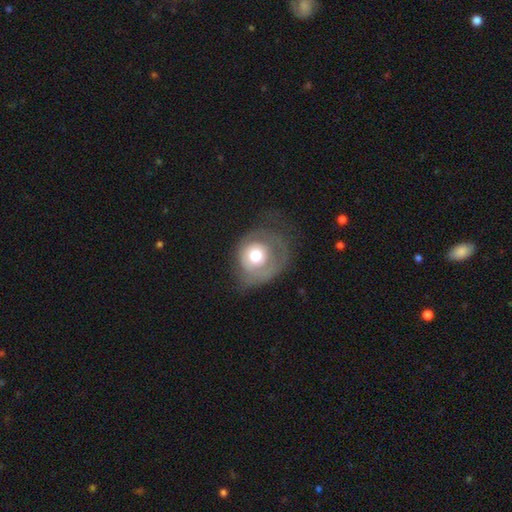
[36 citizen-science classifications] Overall: featured or disk (67%; smooth 31%). Edge-on disk: no (96%). Bar: no (83%). Spiral arms: yes (61%; no 39%). Spiral arm count: 1 (36%, tied with can't tell). Spiral winding: tight (57%; loose 36%). Bulge size: moderate (61%; large 26%). Merging: major disturbance (37%; none 31%).